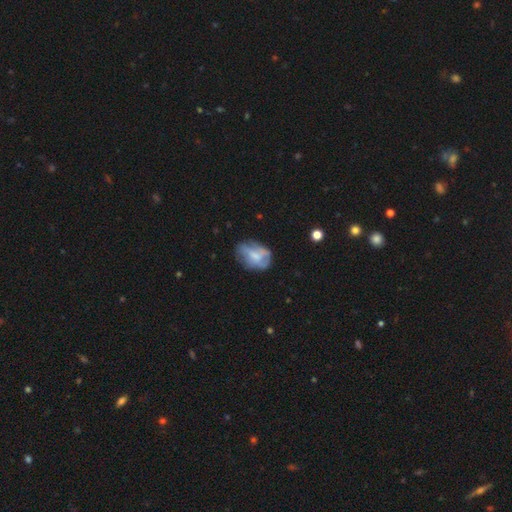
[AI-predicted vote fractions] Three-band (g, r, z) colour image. It shows a smooth galaxy with no disk features (49%). Merging: none (50%).